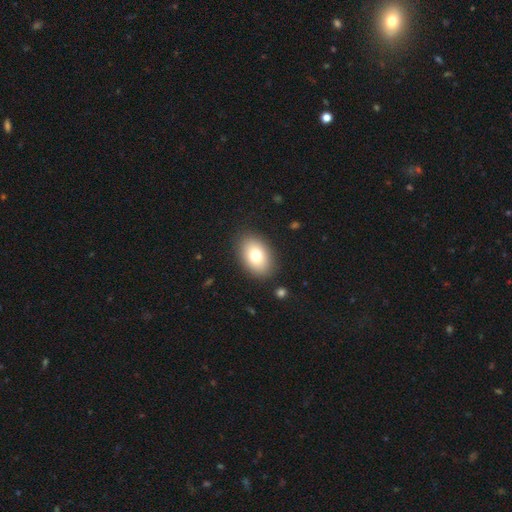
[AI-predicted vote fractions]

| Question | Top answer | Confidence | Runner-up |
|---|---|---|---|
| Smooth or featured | smooth | 77% | featured or disk (15%) |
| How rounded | in between | 84% | round (14%) |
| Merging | none | 88% | minor disturbance (8%) |